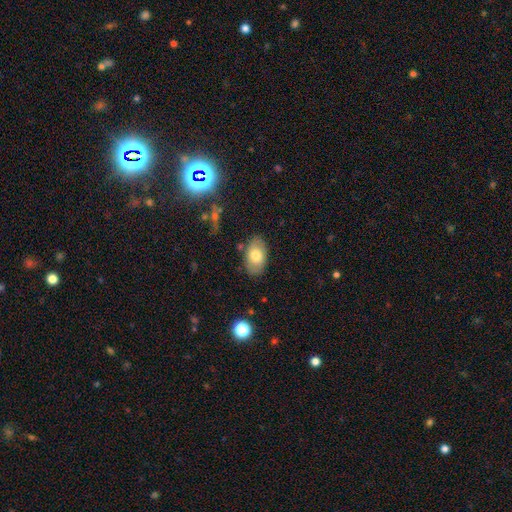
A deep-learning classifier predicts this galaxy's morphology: smooth-or-featured: smooth: 75% | featured or disk: 18% | star or artifact: 7%
  how-rounded: in between: 92% | round: 7% | cigar-shaped: 1%
  merging: none: 82% | minor disturbance: 13% | major disturbance: 3% | merger: 2%